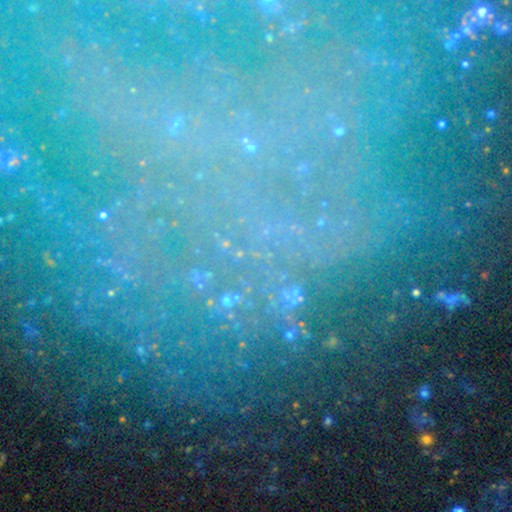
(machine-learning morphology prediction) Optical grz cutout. It shows a star or artifact, not a galaxy (70%).